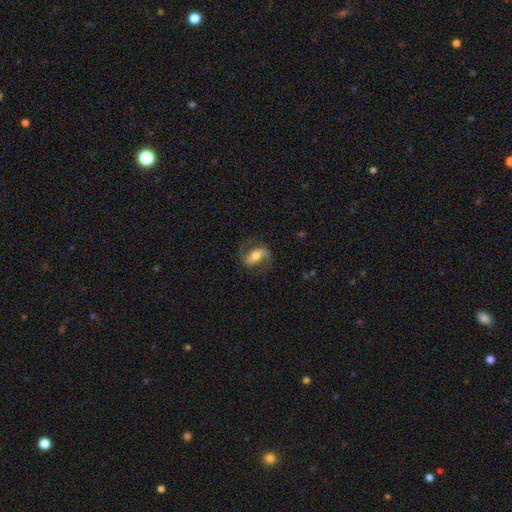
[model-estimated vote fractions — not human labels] Smooth or featured? featured or disk (75%)
Edge-on disk? no (92%)
Bar? strong (47%)
Spiral arms? yes (91%)
Spiral winding? loose (48%)
Spiral arm count? 2 (90%)
Bulge size? moderate (65%)
Merging? none (74%)